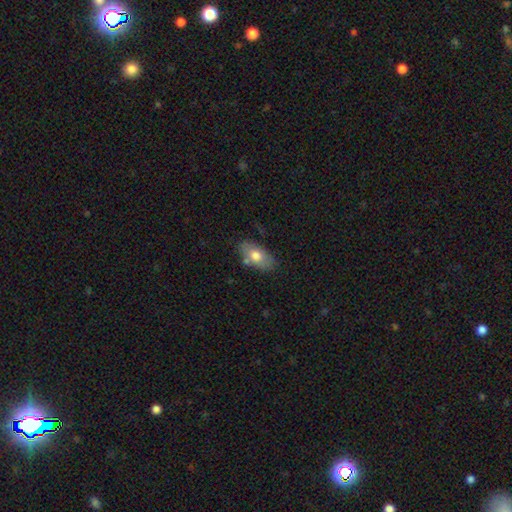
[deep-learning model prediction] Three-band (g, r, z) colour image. It shows a smooth galaxy with no disk features (71%) that is in between round and cigar-shaped (91%). Merging: none (74%).